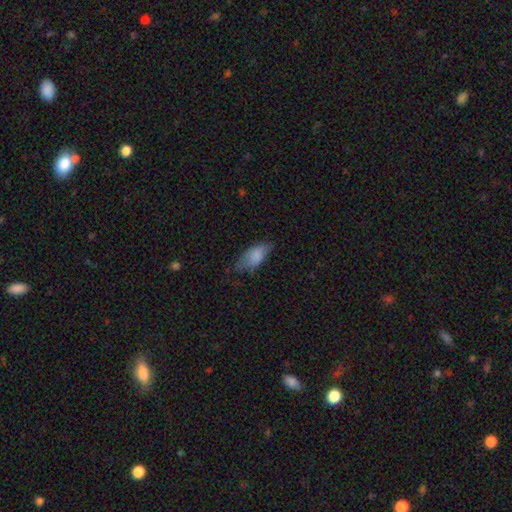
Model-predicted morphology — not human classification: This appears to be a smooth galaxy with no disk features (79%) that is in between round and cigar-shaped (85%). Merging: none (52%).